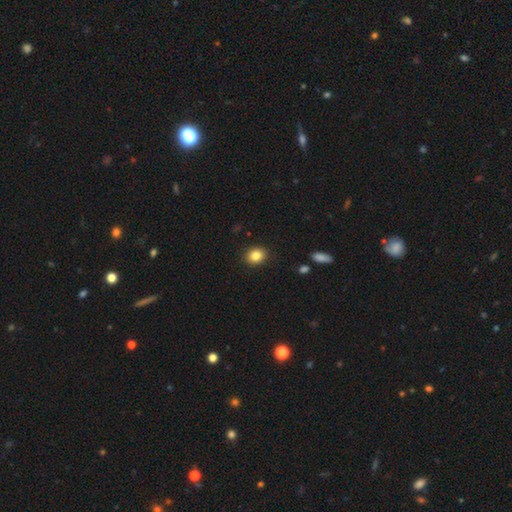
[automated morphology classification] Smooth or featured? smooth (84%)
How rounded? round (55%)
Merging? none (89%)